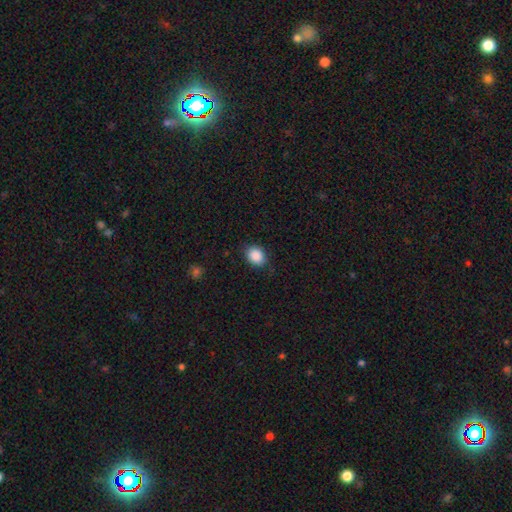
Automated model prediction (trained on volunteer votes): Smooth or featured?
  - smooth: 89% *
  - star or artifact: 8%
  - featured or disk: 3%
How rounded?
  - in between: 53% *
  - round: 46%
  - cigar-shaped: 1%
Merging?
  - none: 83% *
  - minor disturbance: 12%
  - major disturbance: 3%
  - merger: 1%